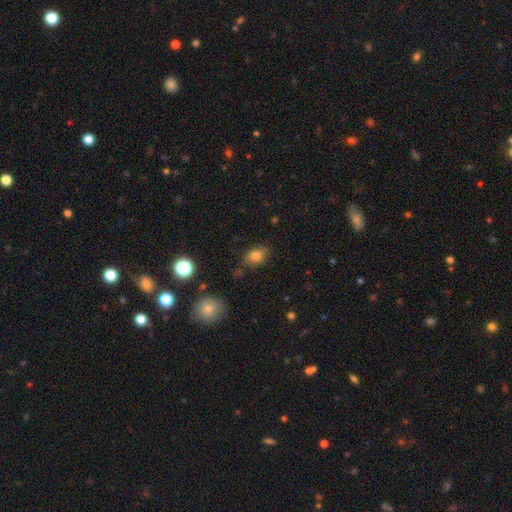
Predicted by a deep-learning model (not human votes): smooth 79%, star or artifact 13%, featured or disk 9%. Down the decision tree: how rounded — in between (75%); merging — none (77%).